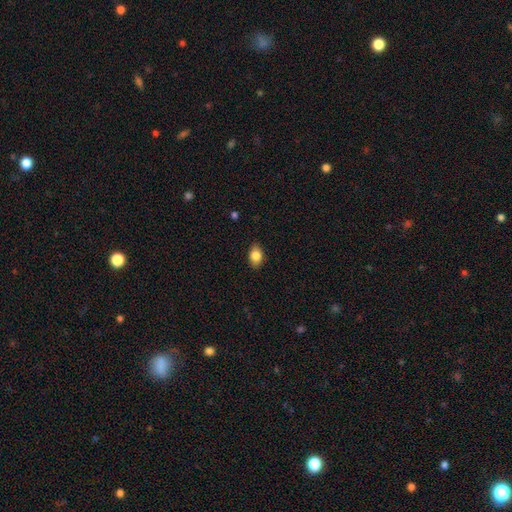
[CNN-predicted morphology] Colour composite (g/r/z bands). It shows a smooth galaxy with no disk features (85%) that is in between round and cigar-shaped (83%). Merging: none (87%).